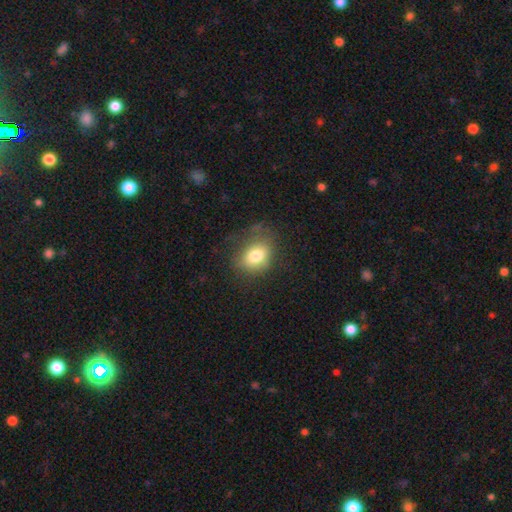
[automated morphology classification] smooth 77%, featured or disk 13%, star or artifact 11%. Down the decision tree: how rounded — in between (59%); merging — none (62%).